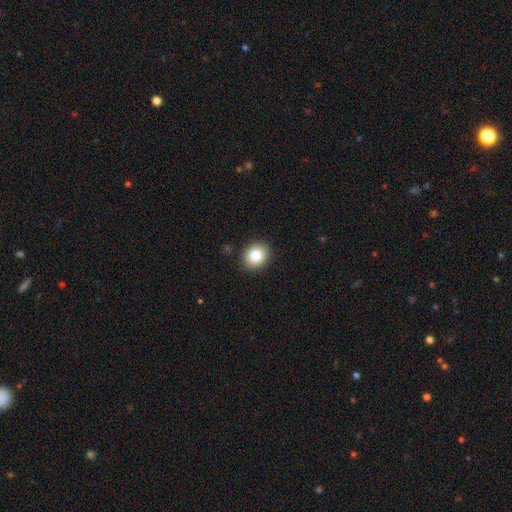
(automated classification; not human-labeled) Smooth or featured? Predicted: smooth (p=0.85). How rounded? Predicted: round (p=0.63). Merging? Predicted: none (p=0.88).